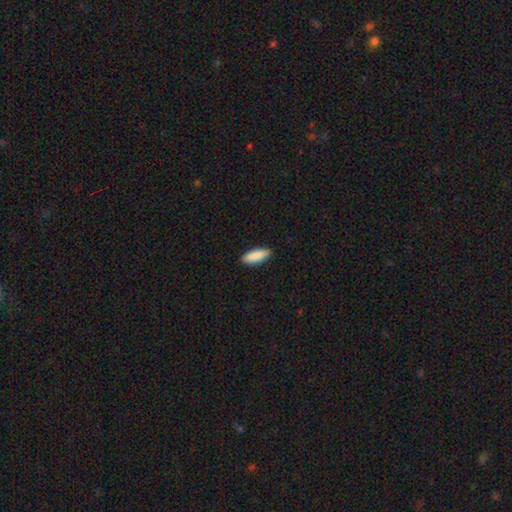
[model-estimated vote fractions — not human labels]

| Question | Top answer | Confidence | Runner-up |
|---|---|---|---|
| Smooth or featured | smooth | 87% | featured or disk (7%) |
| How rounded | cigar-shaped | 52% | in between (47%) |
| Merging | none | 88% | minor disturbance (9%) |